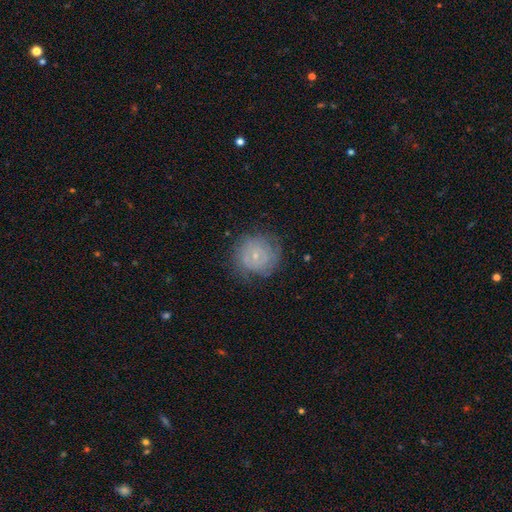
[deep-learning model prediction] Smooth or featured?
  - featured or disk: 49% *
  - smooth: 42%
  - star or artifact: 9%
Merging?
  - none: 71% *
  - minor disturbance: 19%
  - major disturbance: 9%
  - merger: 1%